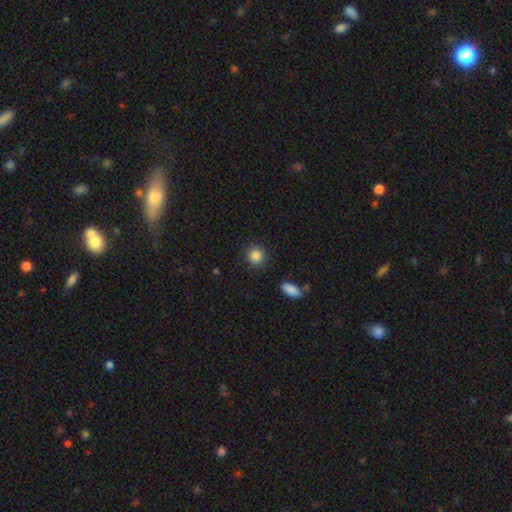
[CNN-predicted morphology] Smooth or featured: smooth — 87% (star or artifact — 9%)
How rounded: round — 88% (in between — 11%)
Merging: none — 89% (minor disturbance — 7%)